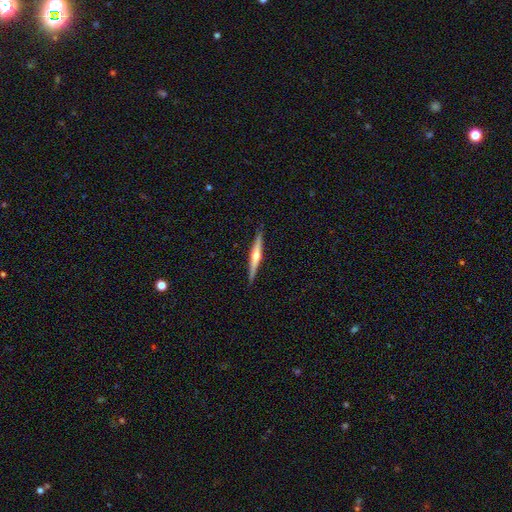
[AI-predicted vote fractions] featured or disk 70%, smooth 25%, star or artifact 5%. Down the decision tree: edge-on disk — yes (98%); edge-on bulge — rounded (90%); merging — none (91%).